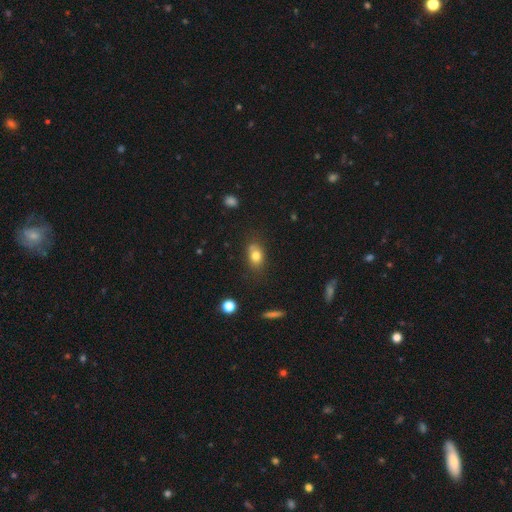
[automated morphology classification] Overall: smooth (78%). How rounded: in between (73%). Merging: none (68%).